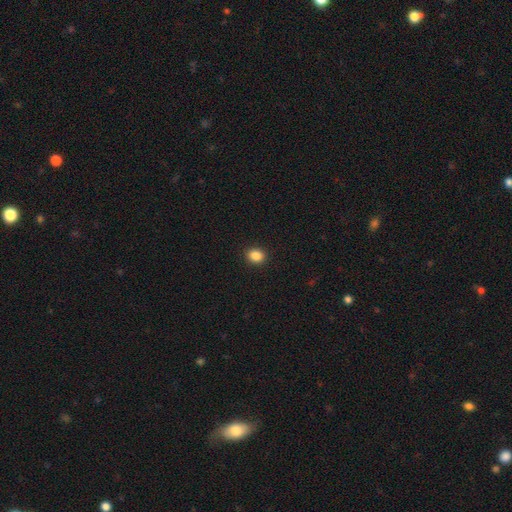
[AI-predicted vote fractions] Q: Smooth or featured?
A: smooth (87%); runner-up: star or artifact (10%)
Q: How rounded?
A: round (61%); runner-up: in between (39%)
Q: Merging?
A: none (92%); runner-up: minor disturbance (5%)